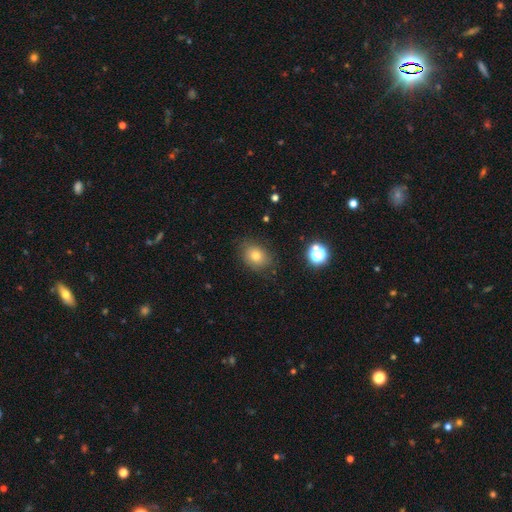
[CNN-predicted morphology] Smooth or featured? Predicted: smooth (p=0.75). How rounded? Predicted: in between (p=0.56). Merging? Predicted: none (p=0.79).